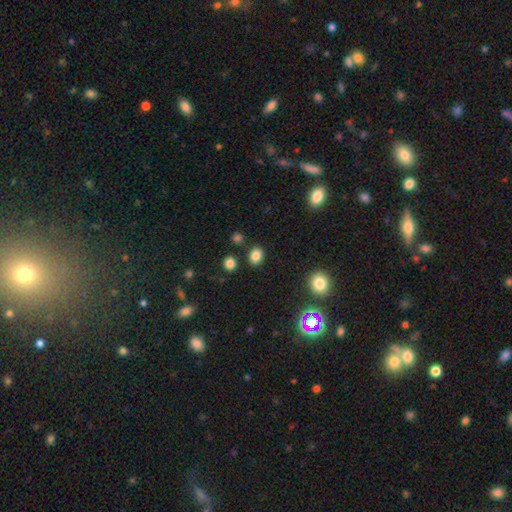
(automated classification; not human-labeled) smooth 82%, star or artifact 13%, featured or disk 5%. Down the decision tree: how rounded — round (56%); merging — none (84%).